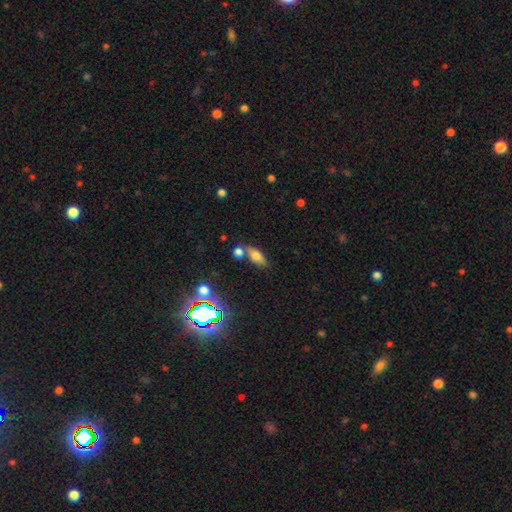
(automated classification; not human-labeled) Overall: smooth (65%). How rounded: in between (77%). Merging: none (57%; merger 24%).